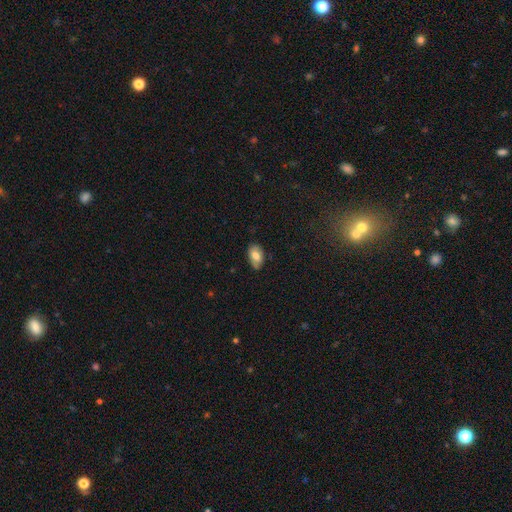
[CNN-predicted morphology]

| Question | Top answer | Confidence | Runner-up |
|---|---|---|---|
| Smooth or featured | smooth | 75% | featured or disk (17%) |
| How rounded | in between | 90% | round (9%) |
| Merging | none | 72% | minor disturbance (23%) |